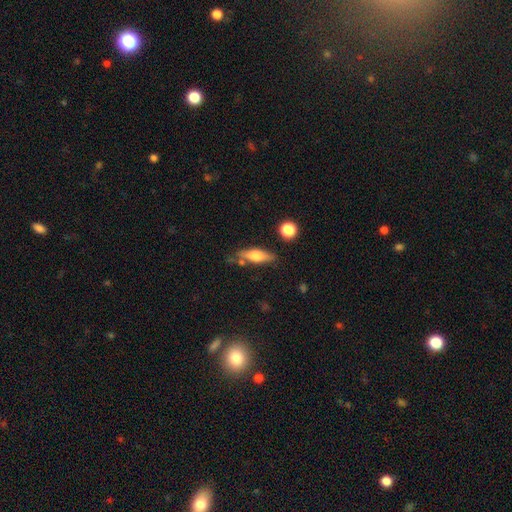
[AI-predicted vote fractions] Q: Smooth or featured?
A: smooth (59%); runner-up: featured or disk (34%)
Q: How rounded?
A: in between (49%); runner-up: cigar-shaped (47%)
Q: Merging?
A: none (70%); runner-up: minor disturbance (18%)